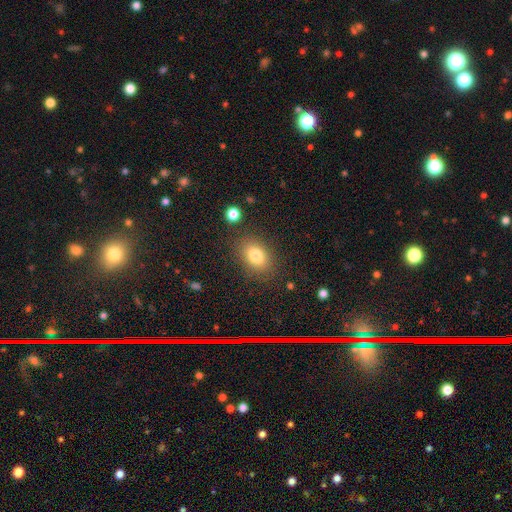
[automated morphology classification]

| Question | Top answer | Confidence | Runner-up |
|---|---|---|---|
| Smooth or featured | smooth | 80% | star or artifact (10%) |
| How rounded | in between | 74% | round (25%) |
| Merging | none | 83% | minor disturbance (11%) |